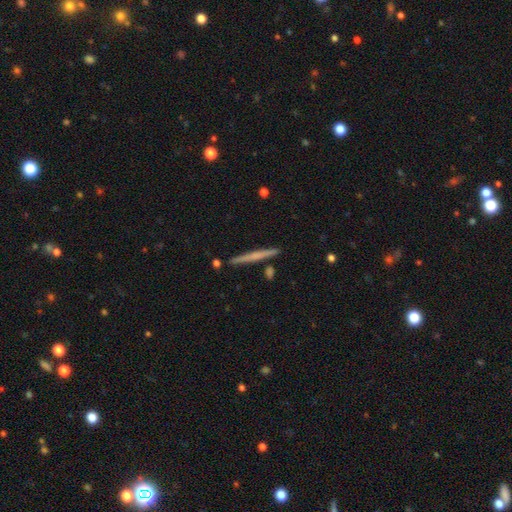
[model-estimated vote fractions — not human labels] The model was most divided on "smooth or featured": featured or disk: 49%, smooth: 45%, star or artifact: 6%. More confident: merging — none (89%).